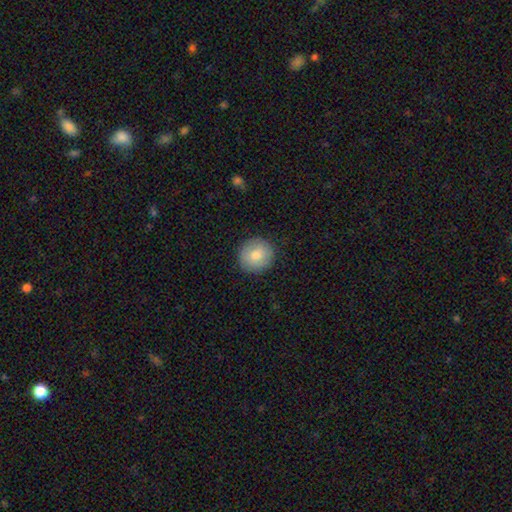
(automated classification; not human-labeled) Smooth or featured?
  - smooth: 79% *
  - featured or disk: 14%
  - star or artifact: 7%
How rounded?
  - round: 93% *
  - in between: 6%
  - cigar-shaped: 1%
Merging?
  - none: 89% *
  - minor disturbance: 8%
  - major disturbance: 2%
  - merger: 1%